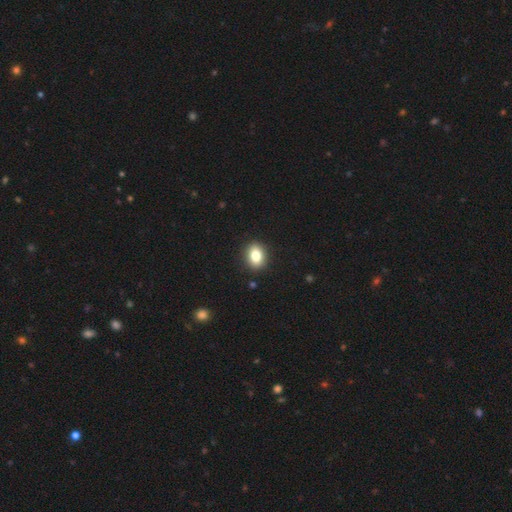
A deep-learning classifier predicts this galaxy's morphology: This appears to be a smooth galaxy with no disk features (82%) that is in between round and cigar-shaped (63%). Merging: none (90%).